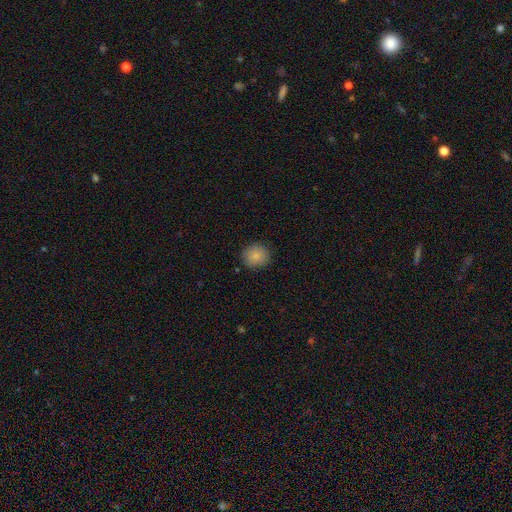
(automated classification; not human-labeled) Smooth or featured?
  - smooth: 85% *
  - star or artifact: 9%
  - featured or disk: 6%
How rounded?
  - round: 85% *
  - in between: 14%
  - cigar-shaped: 1%
Merging?
  - none: 87% *
  - minor disturbance: 10%
  - major disturbance: 2%
  - merger: 1%